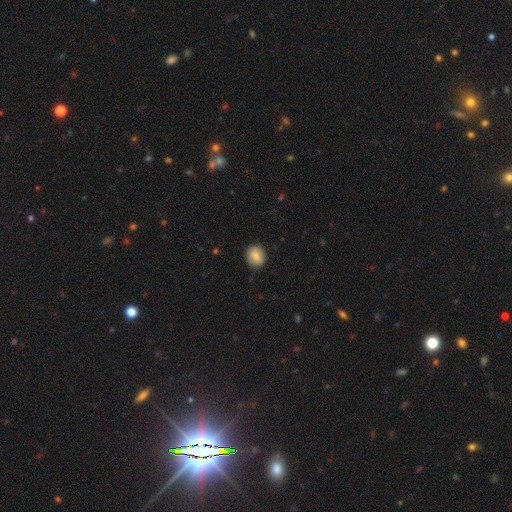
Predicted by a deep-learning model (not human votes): Smooth or featured? smooth (80%)
How rounded? round (74%)
Merging? none (86%)